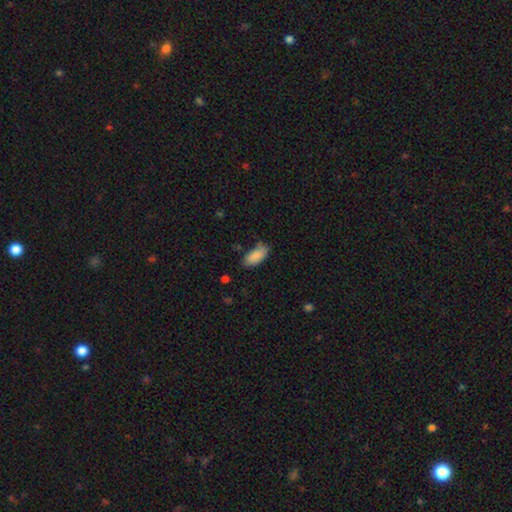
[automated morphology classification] A smooth galaxy with no disk features (87%) that is in between round and cigar-shaped (89%).

Vote fractions:
- Smooth or featured? smooth: 87% / star or artifact: 7% / featured or disk: 6%
- How rounded? in between: 89% / cigar-shaped: 9% / round: 2%
- Merging? none: 70% / minor disturbance: 23% / major disturbance: 4% / merger: 3%